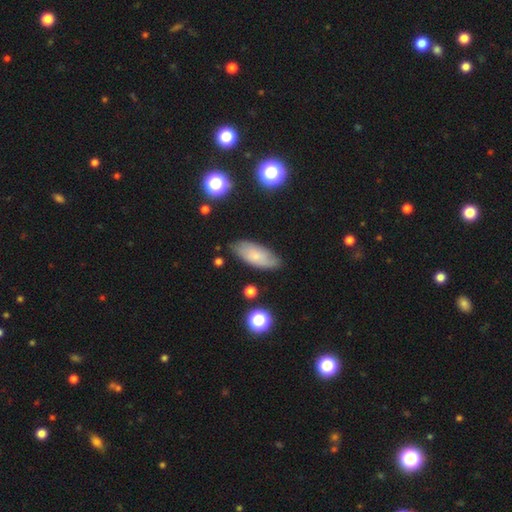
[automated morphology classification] Overall: smooth (69%). How rounded: in between (84%). Merging: none (81%).